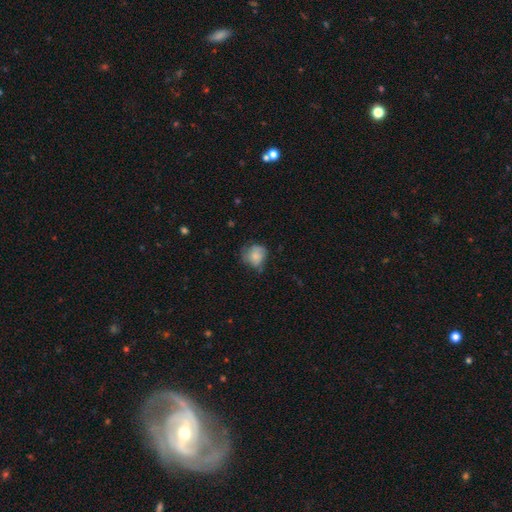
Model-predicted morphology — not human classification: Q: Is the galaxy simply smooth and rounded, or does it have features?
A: smooth — 74%.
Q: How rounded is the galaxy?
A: round — 72%.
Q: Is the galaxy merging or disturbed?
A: none — 49%.